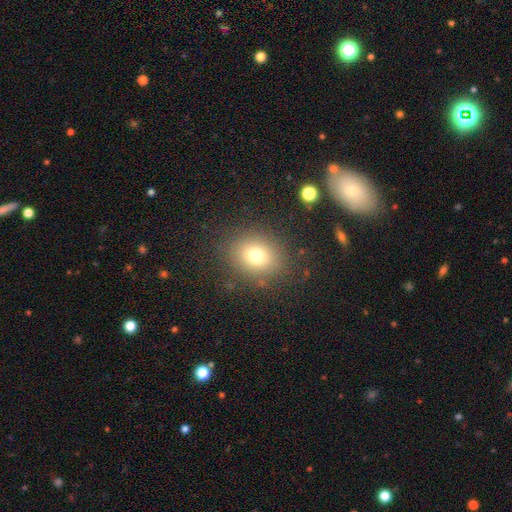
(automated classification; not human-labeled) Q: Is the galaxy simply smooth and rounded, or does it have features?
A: smooth — 74%.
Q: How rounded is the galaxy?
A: round — 60%.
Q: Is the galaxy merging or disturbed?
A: none — 85%.